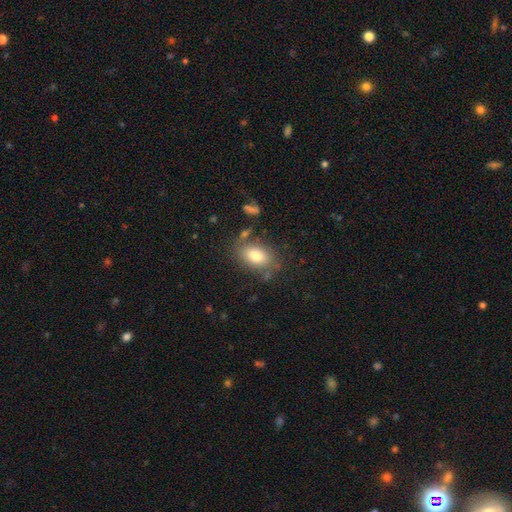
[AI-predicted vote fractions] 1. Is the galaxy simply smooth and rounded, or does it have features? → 79% smooth, 13% featured or disk, 9% star or artifact.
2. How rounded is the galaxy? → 87% in between, 11% round, 2% cigar-shaped.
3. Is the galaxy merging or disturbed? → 74% none, 15% minor disturbance, 6% merger, 6% major disturbance.